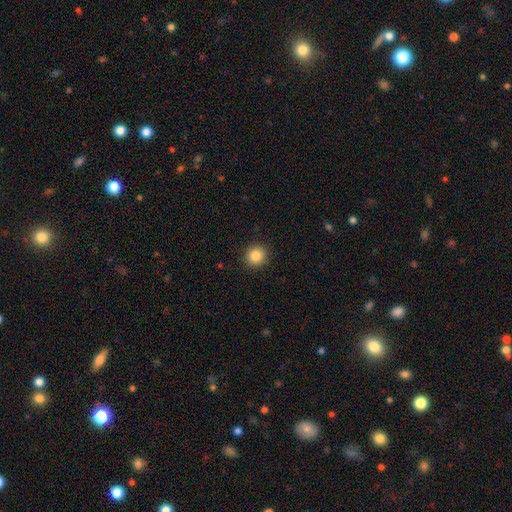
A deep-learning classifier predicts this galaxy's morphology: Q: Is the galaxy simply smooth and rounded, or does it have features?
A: smooth — 85%.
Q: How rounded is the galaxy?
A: round — 90%.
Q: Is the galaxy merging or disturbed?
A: none — 92%.